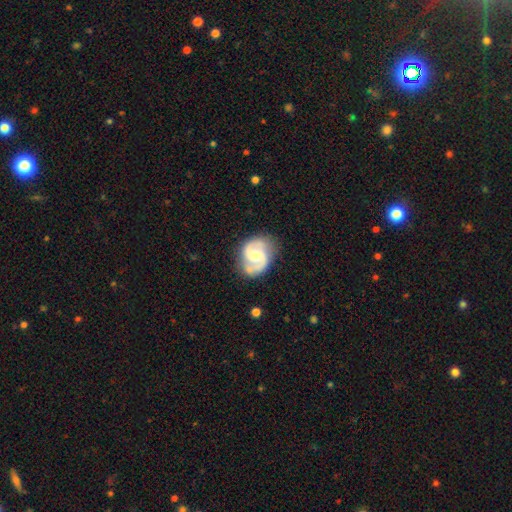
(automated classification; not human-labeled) This appears to be a featured or disk galaxy (85%) with a weak bar (49%), 2 (91%) medium (57%) spiral arms (96%) and a small central bulge (42%). Merging: none (73%).